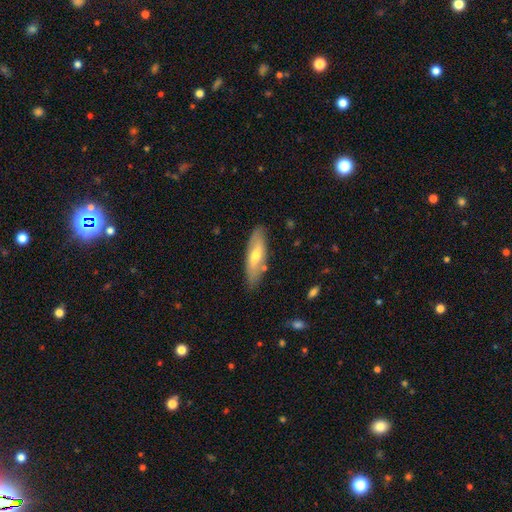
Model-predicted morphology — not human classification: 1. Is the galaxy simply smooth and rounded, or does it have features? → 52% smooth, 42% featured or disk, 6% star or artifact.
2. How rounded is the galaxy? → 52% in between, 46% cigar-shaped, 2% round.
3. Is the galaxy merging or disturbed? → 81% none, 13% minor disturbance, 3% merger, 3% major disturbance.